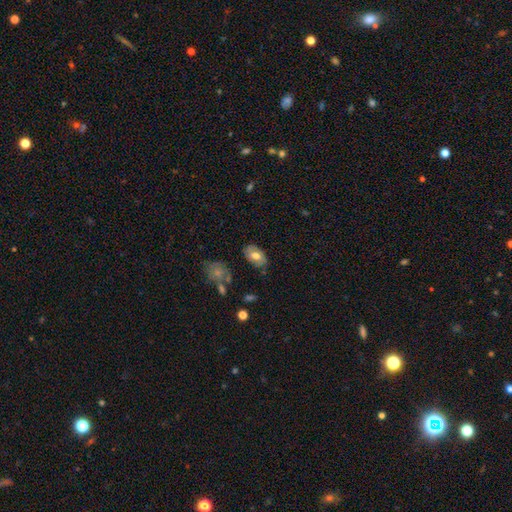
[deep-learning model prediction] A smooth galaxy with no disk features (61%) that is in between round and cigar-shaped (90%). Merging: none (74%).